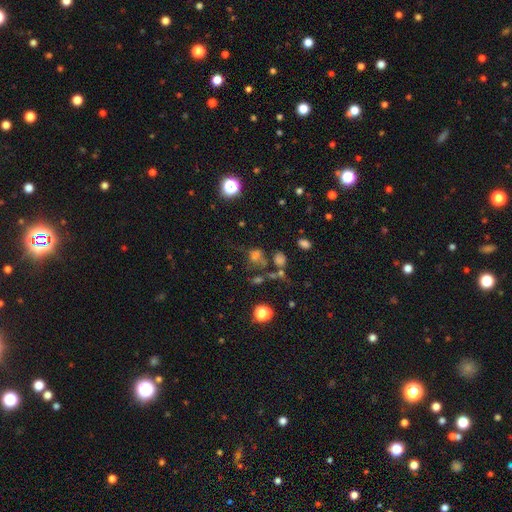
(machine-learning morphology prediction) Overall: smooth (46%; star or artifact 37%). Merging: none (48%; major disturbance 19%).